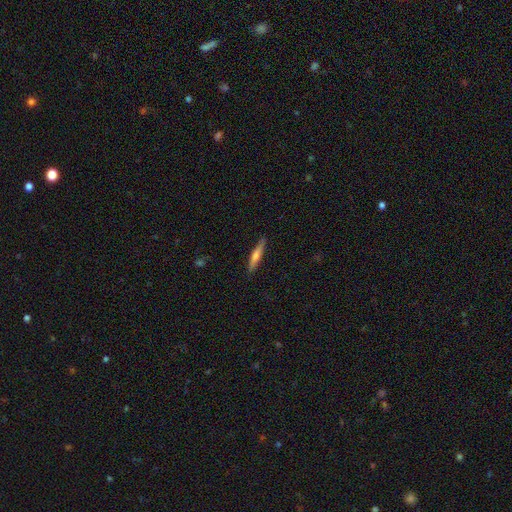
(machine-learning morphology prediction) smooth_or_featured: smooth (p=0.50) [alt: featured or disk p=0.44]
how_rounded: cigar-shaped (p=0.92) [alt: in between p=0.06]
merging: none (p=0.89) [alt: minor disturbance p=0.08]